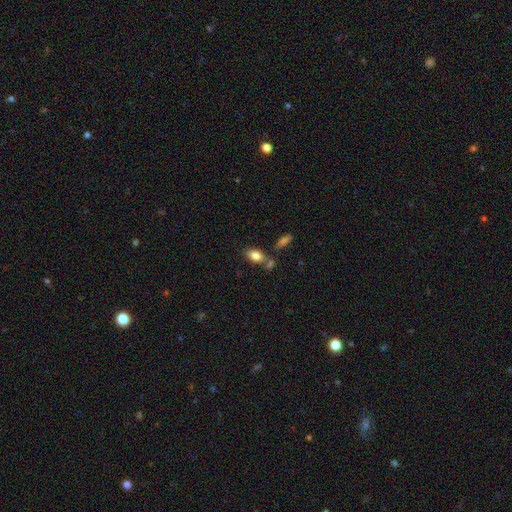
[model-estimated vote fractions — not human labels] Overall: smooth (81%). How rounded: in between (88%). Merging: none (61%; merger 22%).